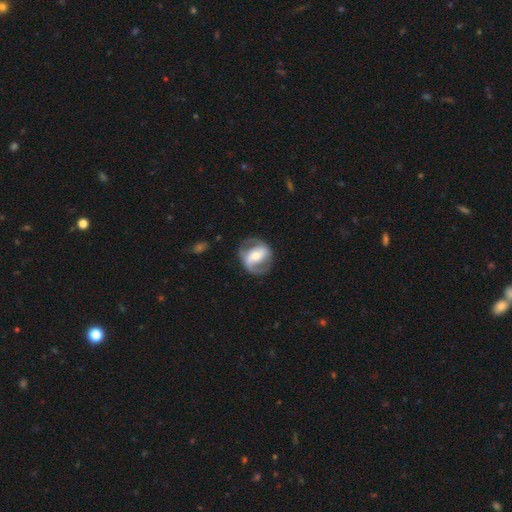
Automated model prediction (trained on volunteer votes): Morphology: type=featured or disk (75%); edge-on=no (96%); bar=strong (47%); spiral arms=yes (79%); winding=medium (46%); arm count=2 (83%); bulge=moderate (59%); merging=none (74%).